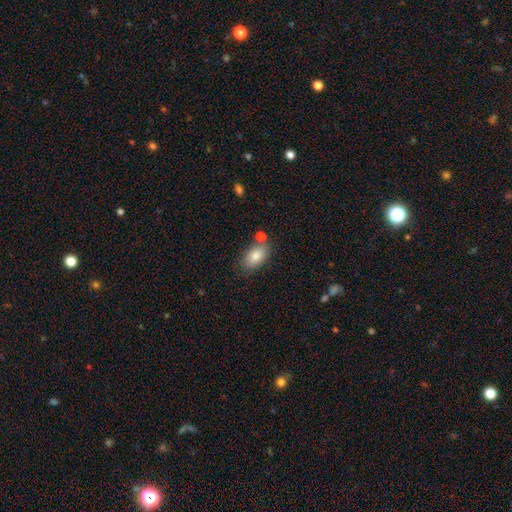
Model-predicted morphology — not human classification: A smooth galaxy with no disk features (82%) that is in between round and cigar-shaped (91%).

Vote fractions:
- Smooth or featured? smooth: 82% / featured or disk: 10% / star or artifact: 7%
- How rounded? in between: 91% / round: 7% / cigar-shaped: 2%
- Merging? none: 68% / minor disturbance: 15% / merger: 12% / major disturbance: 4%